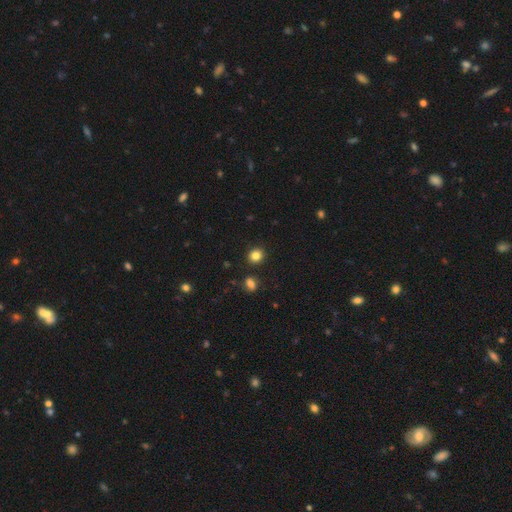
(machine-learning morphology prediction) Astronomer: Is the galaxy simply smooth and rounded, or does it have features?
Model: smooth — 85%.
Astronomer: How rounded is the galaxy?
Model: round — 76%.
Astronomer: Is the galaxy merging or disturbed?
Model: none — 87%.